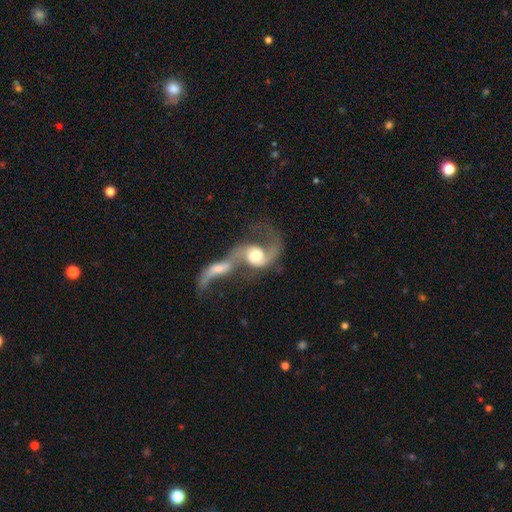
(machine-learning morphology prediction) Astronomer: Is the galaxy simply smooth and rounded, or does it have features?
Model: featured or disk — 73%.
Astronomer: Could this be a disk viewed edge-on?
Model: no — 95%.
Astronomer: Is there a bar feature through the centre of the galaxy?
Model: no — 63%.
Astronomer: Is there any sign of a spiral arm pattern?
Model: yes — 87%.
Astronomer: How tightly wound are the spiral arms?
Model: loose — 67%.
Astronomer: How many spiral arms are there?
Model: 2 — 65%.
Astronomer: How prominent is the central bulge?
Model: moderate — 57%.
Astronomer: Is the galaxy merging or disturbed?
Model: merger — 78%.